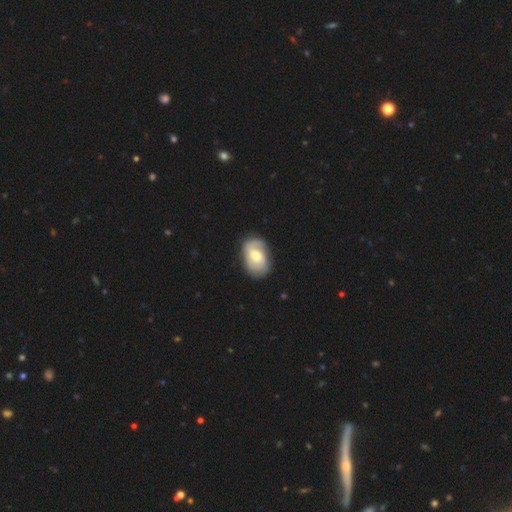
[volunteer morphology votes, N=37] smooth_or_featured: featured or disk (p=0.51) [alt: smooth p=0.43]
disk_edge_on: no (p=1.00)
bar: weak (p=0.63) [alt: no p=0.21]
has_spiral_arms: yes (p=0.89) [alt: no p=0.11]
spiral_winding: medium (p=0.41) [alt: loose p=0.35]
spiral_arm_count: 2 (p=0.88) [alt: can't tell p=0.12]
bulge_size: moderate (p=0.68) [alt: small p=0.32]
merging: none (p=0.74) [alt: minor disturbance p=0.20]